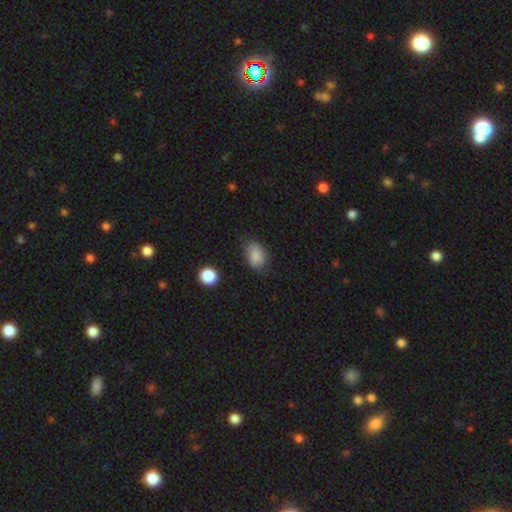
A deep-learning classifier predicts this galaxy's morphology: Overall: smooth (85%). How rounded: in between (80%). Merging: none (68%).